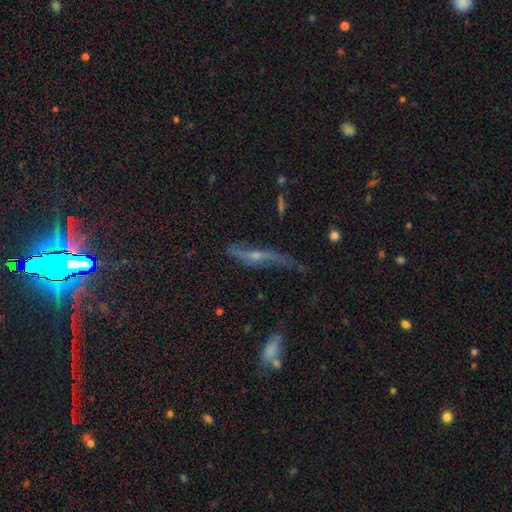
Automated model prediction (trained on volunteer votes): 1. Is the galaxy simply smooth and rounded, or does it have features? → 70% featured or disk, 21% smooth, 10% star or artifact.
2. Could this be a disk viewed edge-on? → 58% yes, 42% no.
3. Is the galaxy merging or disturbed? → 55% none, 26% minor disturbance, 15% major disturbance, 4% merger.